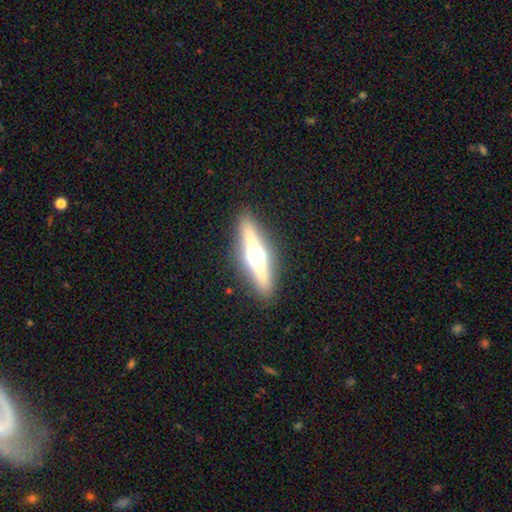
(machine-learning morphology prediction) Smooth or featured?
  - featured or disk: 69% *
  - smooth: 22%
  - star or artifact: 9%
Edge-on disk?
  - yes: 94% *
  - no: 6%
Edge-on bulge?
  - rounded: 95% *
  - boxy: 3%
  - none: 2%
Merging?
  - none: 88% *
  - minor disturbance: 8%
  - major disturbance: 3%
  - merger: 1%